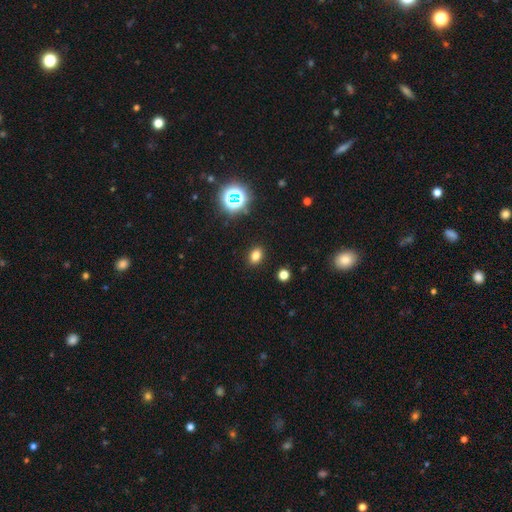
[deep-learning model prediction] The model was most divided on "how rounded": in between: 73%, round: 26%, cigar-shaped: 1%. More confident: merging — none (89%); smooth or featured — smooth (76%).